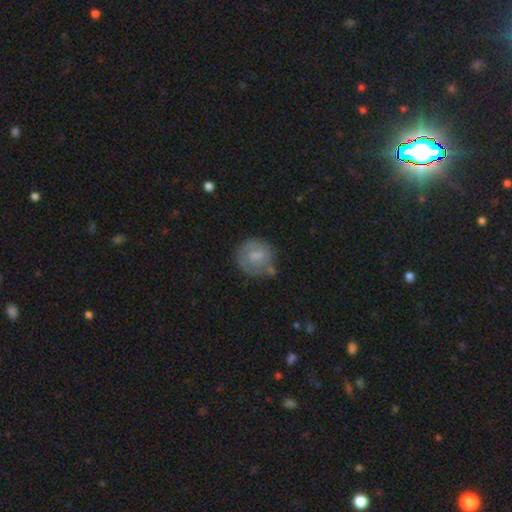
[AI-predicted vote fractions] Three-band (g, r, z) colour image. It shows a smooth galaxy with no disk features (49%). Merging: none (62%).